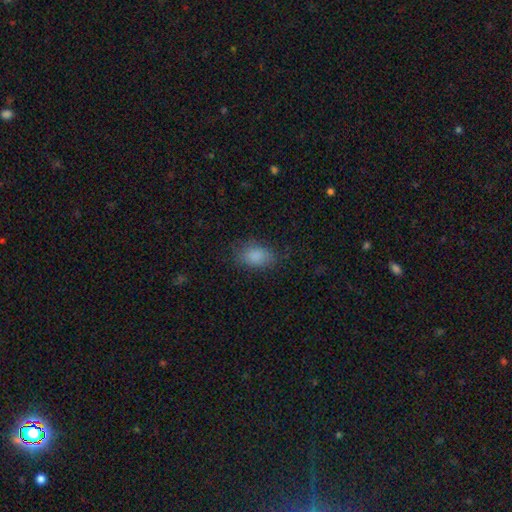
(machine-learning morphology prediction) smooth 86%, star or artifact 9%, featured or disk 5%. Down the decision tree: how rounded — in between (83%); merging — none (77%).